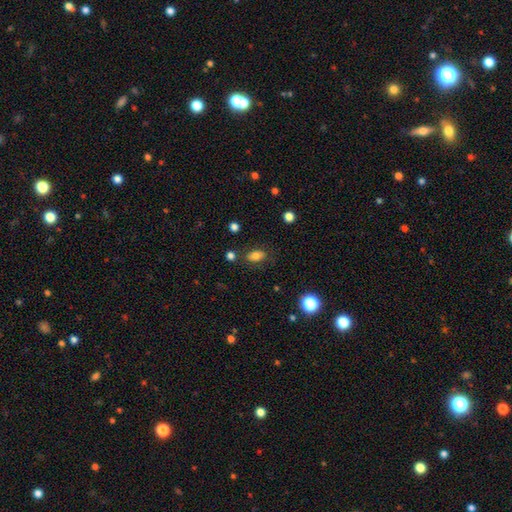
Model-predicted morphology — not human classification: Smooth or featured: smooth — 79% (star or artifact — 11%)
How rounded: in between — 85% (round — 12%)
Merging: none — 77% (minor disturbance — 14%)